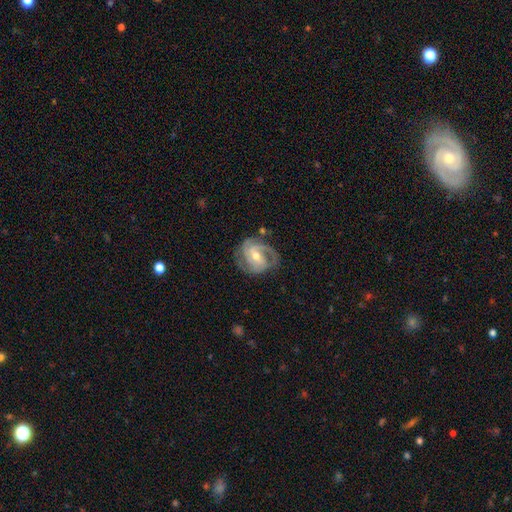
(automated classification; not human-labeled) Overall: featured or disk (87%). Edge-on disk: no (98%). Bar: weak (49%; no 30%). Spiral arms: yes (96%). Spiral arm count: 2 (41%; 3 34%). Spiral winding: tight (46%; medium 43%). Bulge size: moderate (58%; small 38%). Merging: none (68%).